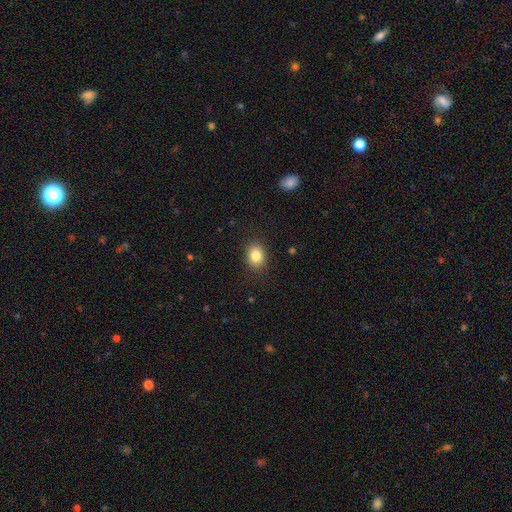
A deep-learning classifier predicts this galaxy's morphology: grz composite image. It shows a smooth galaxy with no disk features (84%) that is in between round and cigar-shaped (51%). Merging: none (88%).